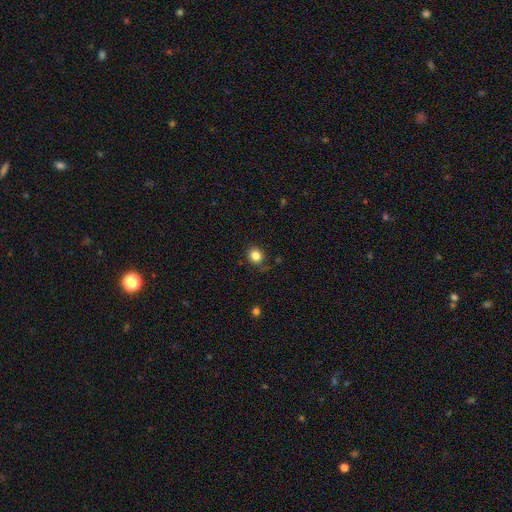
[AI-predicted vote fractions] Smooth or featured? Predicted: smooth (p=0.83). How rounded? Predicted: round (p=0.80). Merging? Predicted: none (p=0.80).